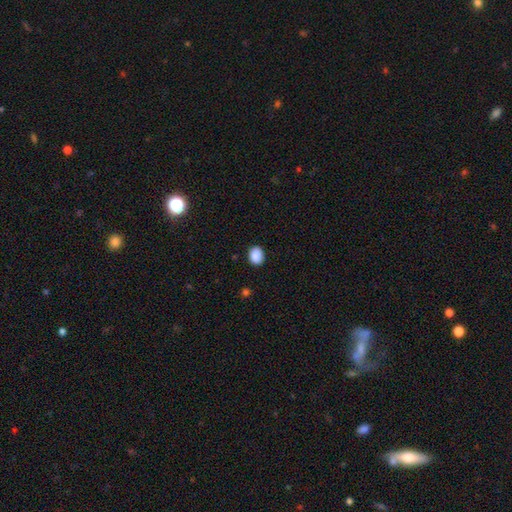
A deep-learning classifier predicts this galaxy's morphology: type=smooth (89%); roundness=in between (57%); merging=none (87%).